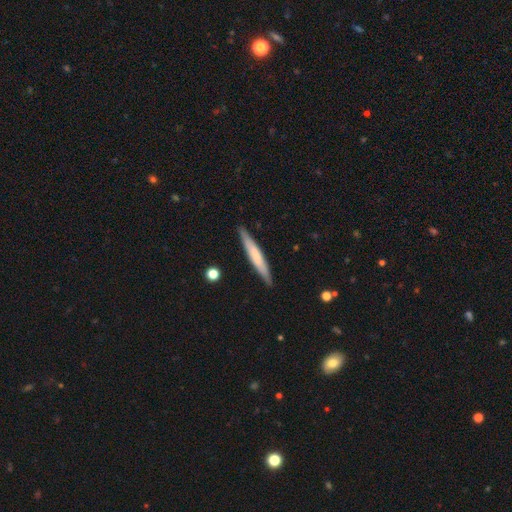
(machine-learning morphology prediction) Overall: smooth (59%; featured or disk 35%). How rounded: cigar-shaped (94%). Merging: none (89%).